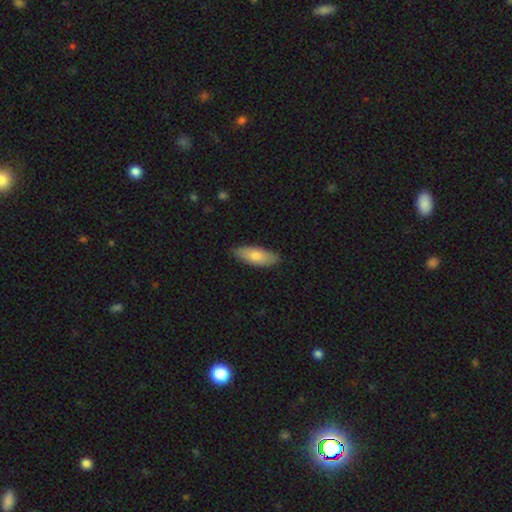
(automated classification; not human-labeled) This is likely a smooth galaxy (76%). How rounded: likely in between (73%). Merging: clearly none (84%).